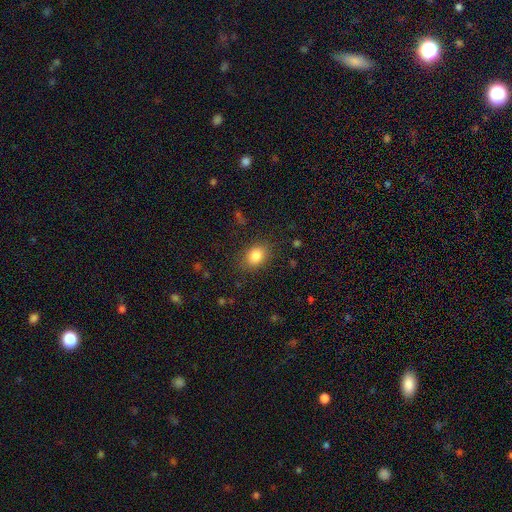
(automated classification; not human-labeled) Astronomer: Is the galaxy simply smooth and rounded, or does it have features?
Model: smooth — 84%.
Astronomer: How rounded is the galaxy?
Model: in between — 65%.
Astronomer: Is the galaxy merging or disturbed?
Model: none — 83%.